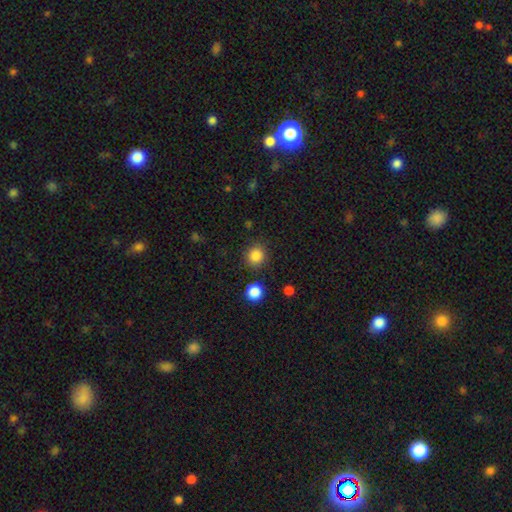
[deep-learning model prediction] Smooth or featured? smooth (85%)
How rounded? round (89%)
Merging? none (87%)